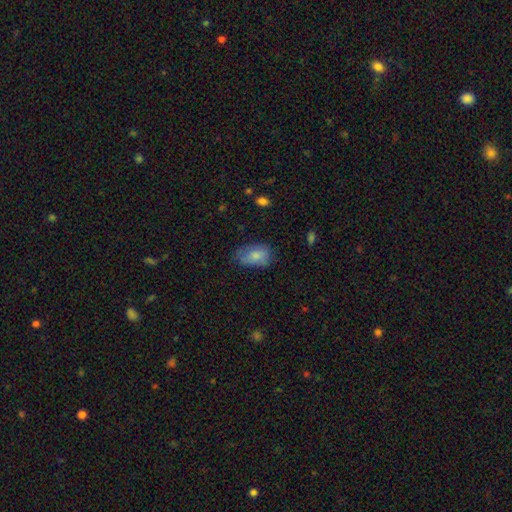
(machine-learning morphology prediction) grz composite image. It shows a smooth galaxy with no disk features (77%) that is in between round and cigar-shaped (88%). Merging: none (56%).